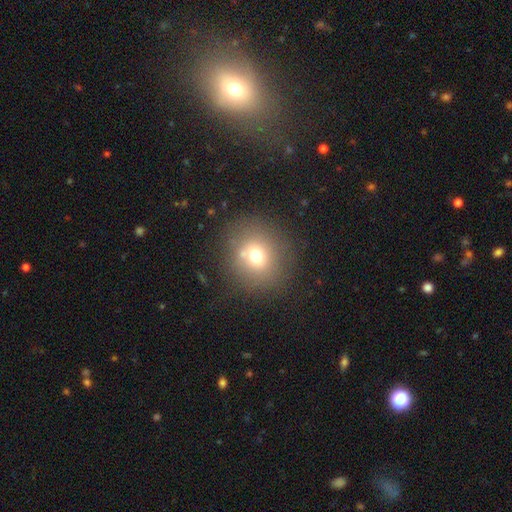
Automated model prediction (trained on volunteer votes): smooth_or_featured: smooth (p=0.68) [alt: star or artifact p=0.17]
how_rounded: round (p=0.85) [alt: in between p=0.14]
merging: none (p=0.79) [alt: minor disturbance p=0.11]